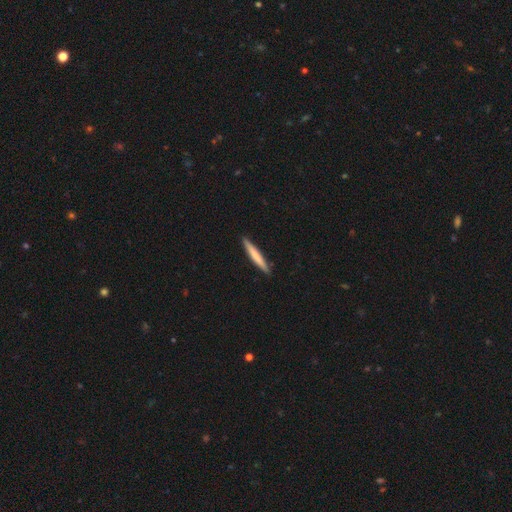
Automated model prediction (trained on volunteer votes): Smooth or featured: smooth — 70% (featured or disk — 25%)
How rounded: cigar-shaped — 96% (in between — 3%)
Merging: none — 91% (minor disturbance — 7%)